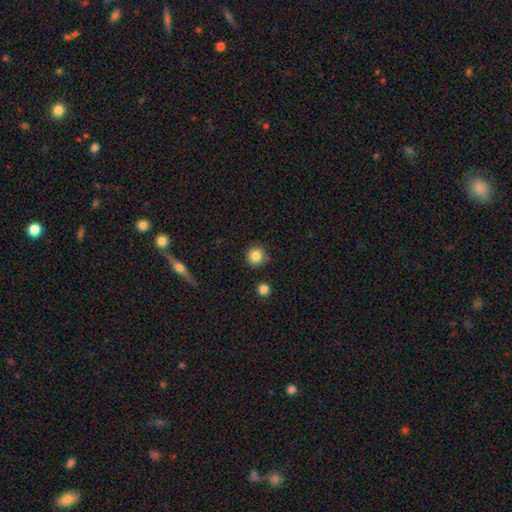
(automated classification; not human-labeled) This appears to be a smooth galaxy with no disk features (85%) that is round (94%). Merging: none (86%).